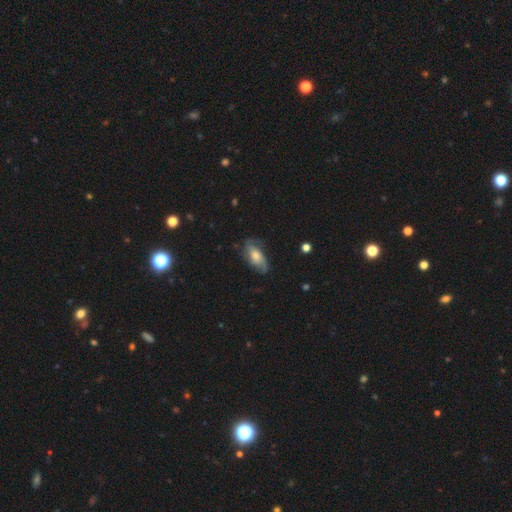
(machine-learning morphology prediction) Smooth or featured?
  - featured or disk: 62% *
  - smooth: 30%
  - star or artifact: 7%
Edge-on disk?
  - no: 89% *
  - yes: 11%
Bar?
  - no: 69% *
  - weak: 25%
  - strong: 6%
Spiral arms?
  - yes: 87% *
  - no: 13%
Bulge size?
  - moderate: 56% *
  - large: 23%
  - small: 16%
  - none: 4%
  - dominant: 2%
Merging?
  - none: 67% *
  - minor disturbance: 23%
  - major disturbance: 9%
  - merger: 1%